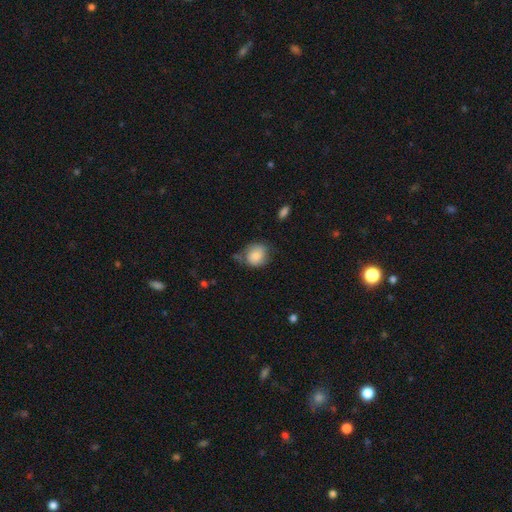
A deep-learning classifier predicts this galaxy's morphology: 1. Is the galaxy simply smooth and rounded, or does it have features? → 81% smooth, 11% featured or disk, 7% star or artifact.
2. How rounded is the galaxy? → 67% round, 32% in between, 1% cigar-shaped.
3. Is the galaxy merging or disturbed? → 54% none, 31% minor disturbance, 11% major disturbance, 5% merger.